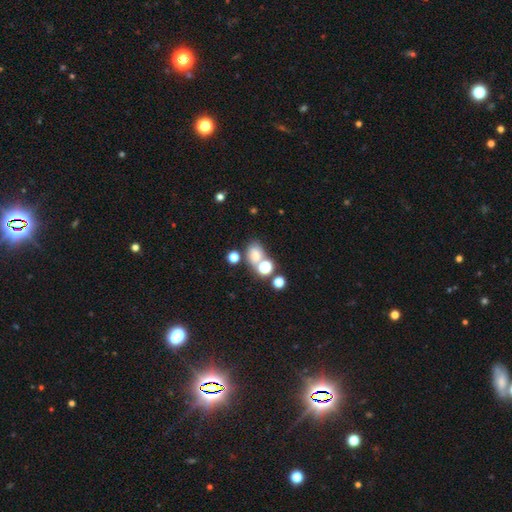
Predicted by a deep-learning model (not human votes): smooth-or-featured: smooth: 67% | star or artifact: 20% | featured or disk: 13%
  how-rounded: in between: 59% | round: 39% | cigar-shaped: 1%
  merging: none: 50% | merger: 32% | minor disturbance: 12% | major disturbance: 6%